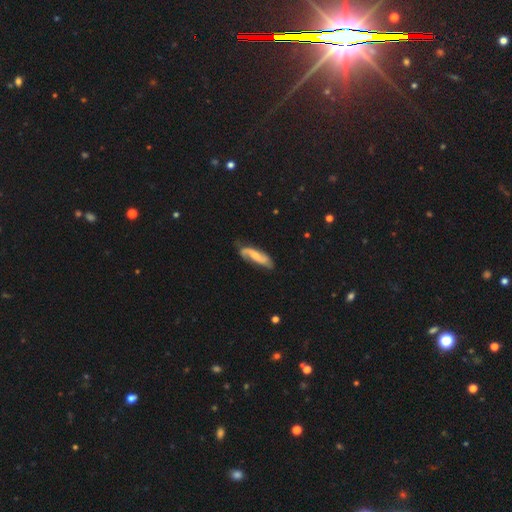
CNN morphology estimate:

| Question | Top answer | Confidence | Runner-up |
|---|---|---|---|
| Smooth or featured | featured or disk | 68% | smooth (26%) |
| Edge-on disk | no | 86% | yes (14%) |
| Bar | no | 47% | weak (37%) |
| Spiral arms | yes | 93% | no (7%) |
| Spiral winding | loose | 45% | medium (38%) |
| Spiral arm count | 2 | 84% | can't tell (8%) |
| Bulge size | small | 46% | moderate (35%) |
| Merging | none | 64% | minor disturbance (24%) |